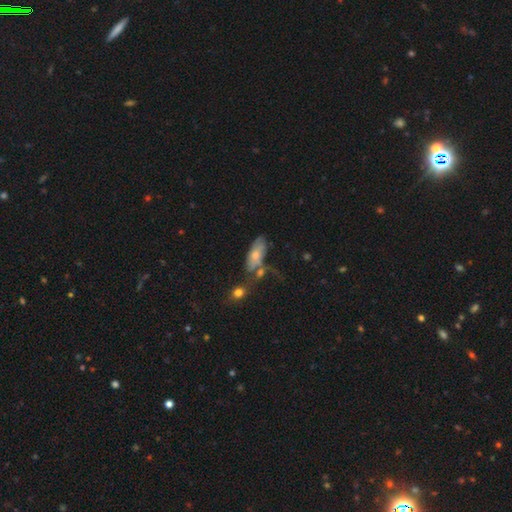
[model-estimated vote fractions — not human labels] Morphology: type=smooth (57%); roundness=in between (84%); merging=none (36%).